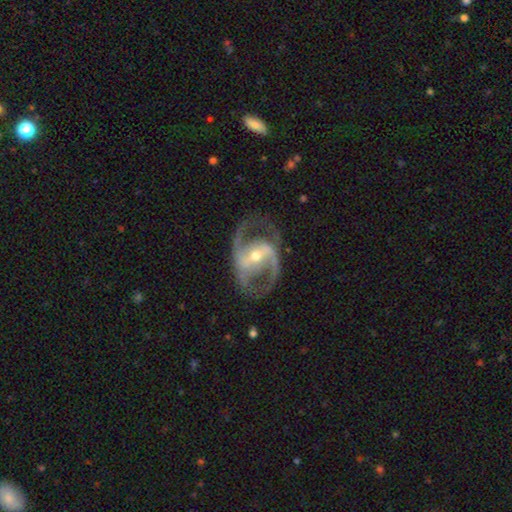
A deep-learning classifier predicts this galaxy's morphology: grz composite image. It shows a featured or disk galaxy (91%) with a strong bar (53%), 2 (90%) medium (59%) spiral arms (94%) and a moderate central bulge (53%). Merging: none (74%).